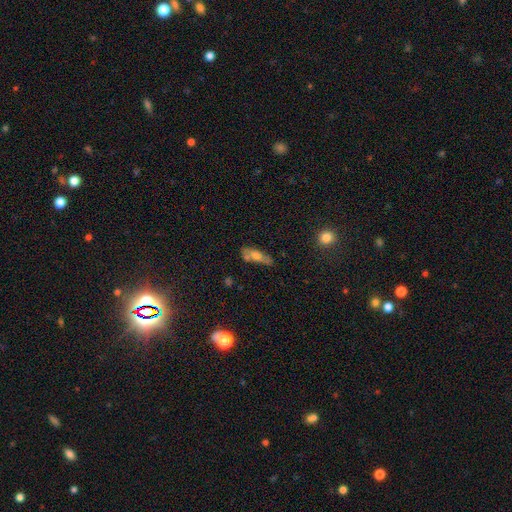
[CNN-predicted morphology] Smooth or featured? Predicted: smooth (p=0.56). How rounded? Predicted: in between (p=0.50). Merging? Predicted: none (p=0.62).